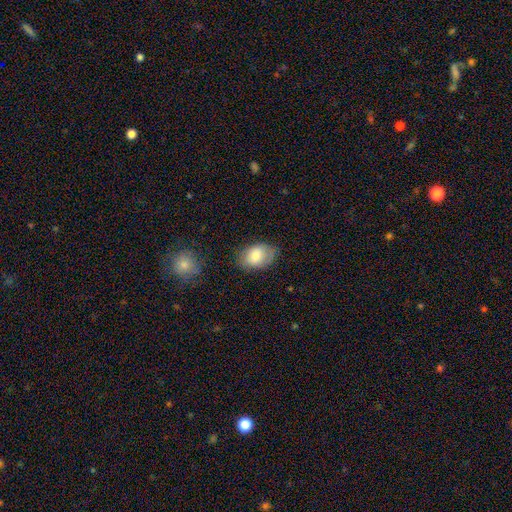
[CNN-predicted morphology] type=smooth (77%); roundness=in between (83%); merging=none (75%).